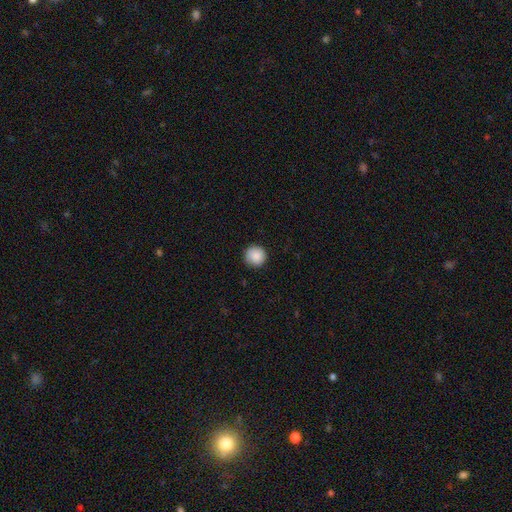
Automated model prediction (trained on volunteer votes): A smooth galaxy with no disk features (88%) that is round (95%). Merging: none (89%).